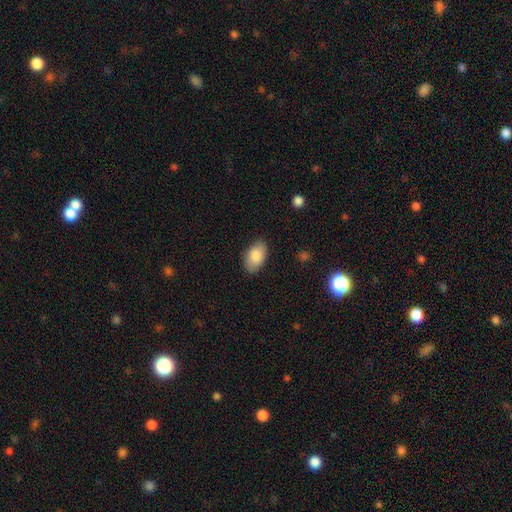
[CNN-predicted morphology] Smooth or featured? smooth (86%)
How rounded? in between (94%)
Merging? none (85%)